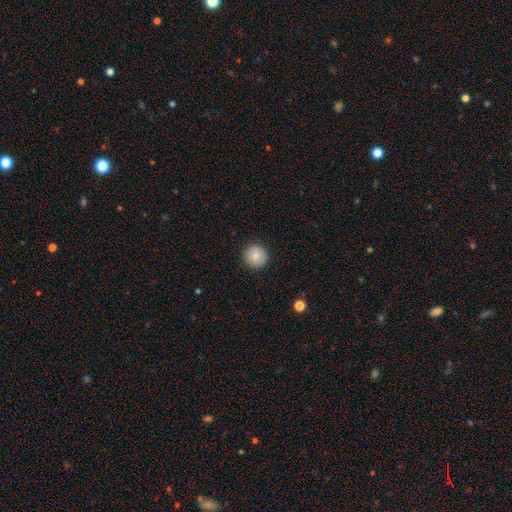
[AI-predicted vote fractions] A smooth galaxy with no disk features (85%) that is round (94%). Merging: none (91%).